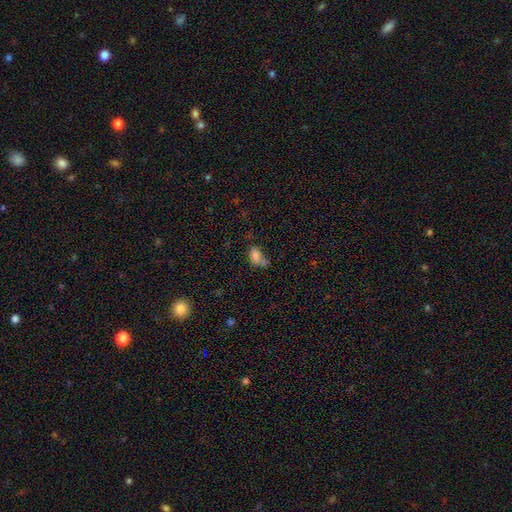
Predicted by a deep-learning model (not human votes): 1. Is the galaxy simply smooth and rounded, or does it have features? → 76% smooth, 13% star or artifact, 11% featured or disk.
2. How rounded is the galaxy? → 85% in between, 12% round, 3% cigar-shaped.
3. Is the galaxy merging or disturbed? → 31% none, 26% merger, 25% minor disturbance, 18% major disturbance.